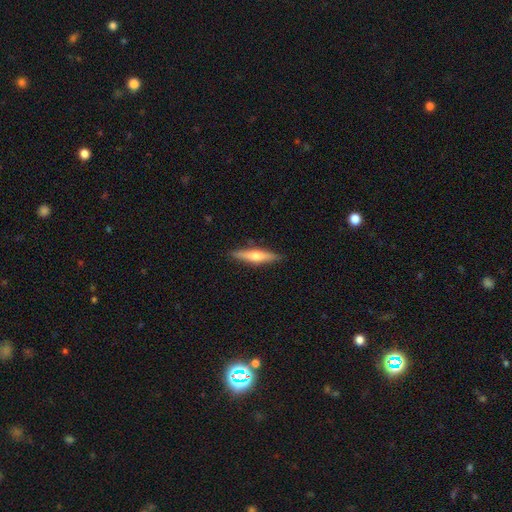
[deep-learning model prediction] The model was most divided on "smooth or featured": featured or disk: 51%, smooth: 43%, star or artifact: 6%. More confident: edge-on disk — yes (95%); merging — none (89%).